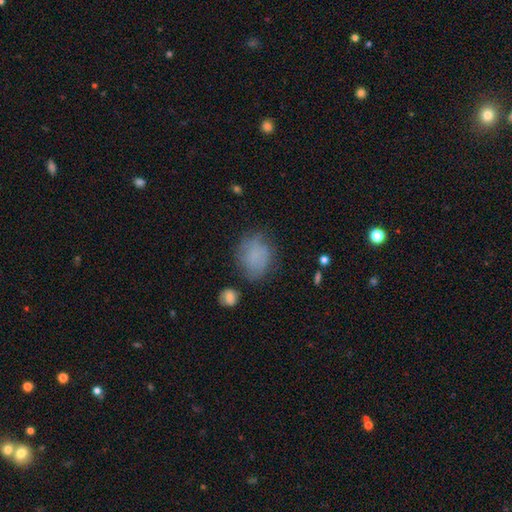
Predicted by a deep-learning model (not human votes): smooth-or-featured: smooth: 71% | featured or disk: 18% | star or artifact: 11%
  how-rounded: round: 51% | in between: 48% | cigar-shaped: 1%
  merging: none: 61% | minor disturbance: 24% | major disturbance: 11% | merger: 4%